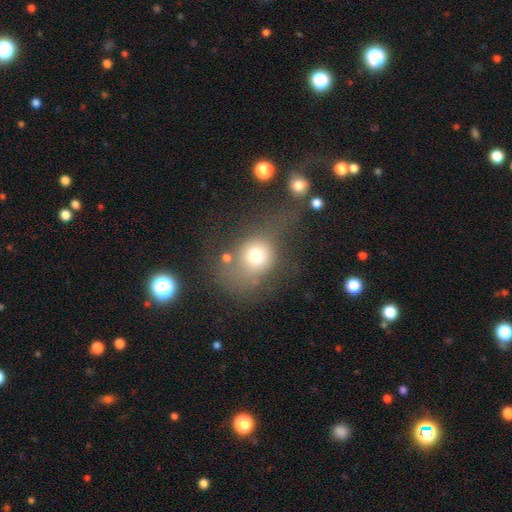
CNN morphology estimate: Q: Smooth or featured?
A: smooth (70%); runner-up: featured or disk (18%)
Q: How rounded?
A: round (64%); runner-up: in between (34%)
Q: Merging?
A: major disturbance (35%); runner-up: none (33%)